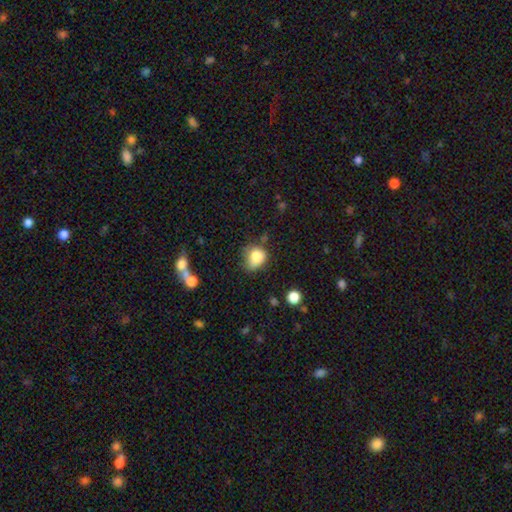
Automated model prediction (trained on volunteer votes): smooth-or-featured: smooth: 81% | star or artifact: 10% | featured or disk: 9%
  how-rounded: round: 61% | in between: 38% | cigar-shaped: 1%
  merging: none: 43% | minor disturbance: 35% | major disturbance: 14% | merger: 8%